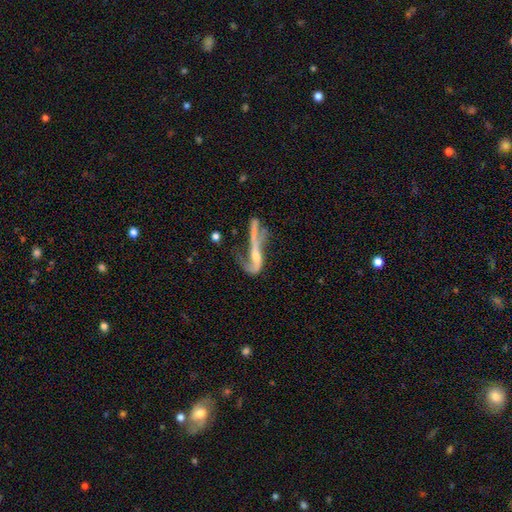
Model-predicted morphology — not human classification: This is likely a featured or disk galaxy (73%). It is likely not viewed edge-on (75%). Bar: possibly no (57%). Spiral arm pattern: likely yes (69%). Central bulge: possibly small (50%). Merging: marginally major disturbance (40%).